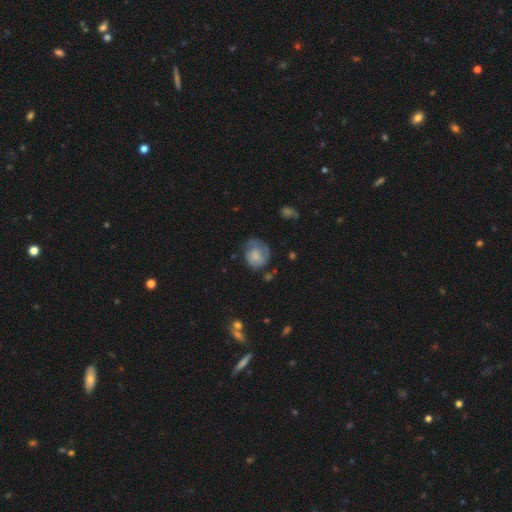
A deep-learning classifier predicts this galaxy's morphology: Smooth or featured? Predicted: smooth (p=0.64). How rounded? Predicted: round (p=0.67). Merging? Predicted: none (p=0.45).